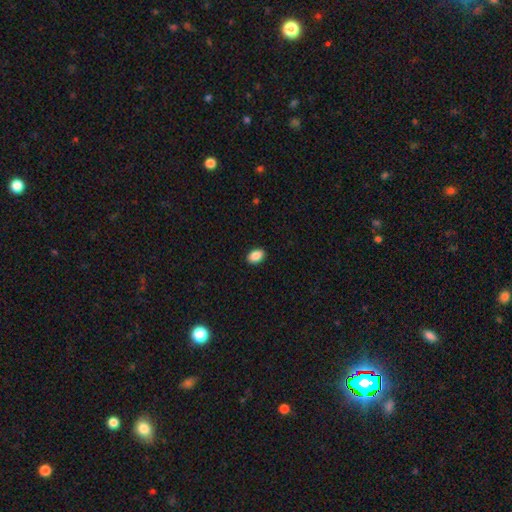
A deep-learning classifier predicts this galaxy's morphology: type=smooth (89%); roundness=in between (85%); merging=none (91%).